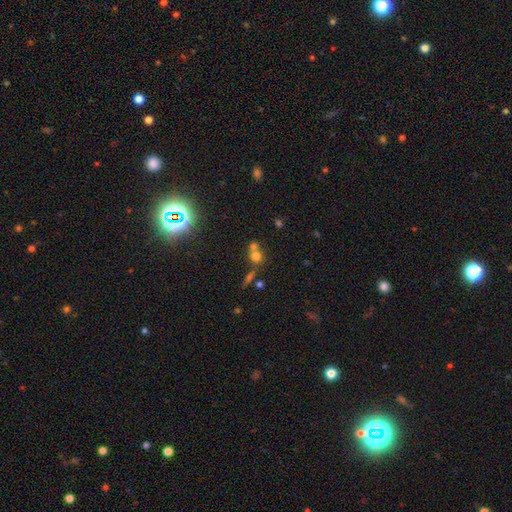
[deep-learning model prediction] Smooth or featured? smooth (64%)
How rounded? round (84%)
Merging? merger (47%)